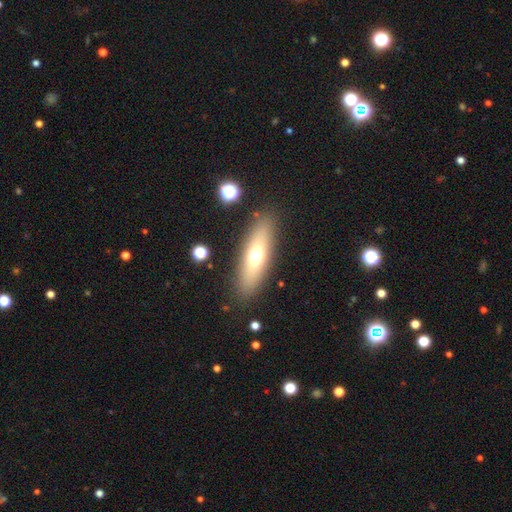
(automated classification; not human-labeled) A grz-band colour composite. It shows a smooth galaxy with no disk features (62%) that is in between round and cigar-shaped (51%). Merging: none (86%).